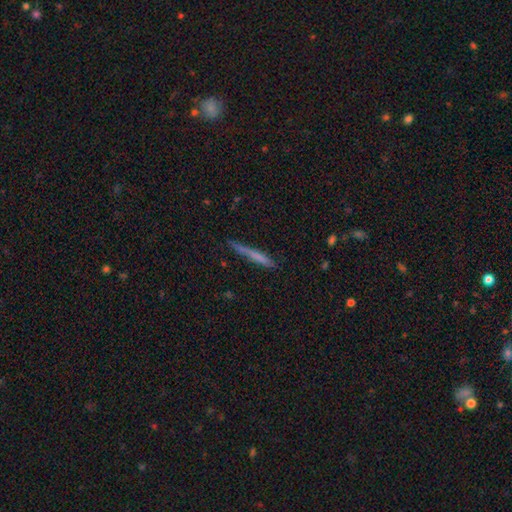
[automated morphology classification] smooth 59%, featured or disk 35%, star or artifact 7%. Down the decision tree: how rounded — cigar-shaped (96%); merging — none (80%).